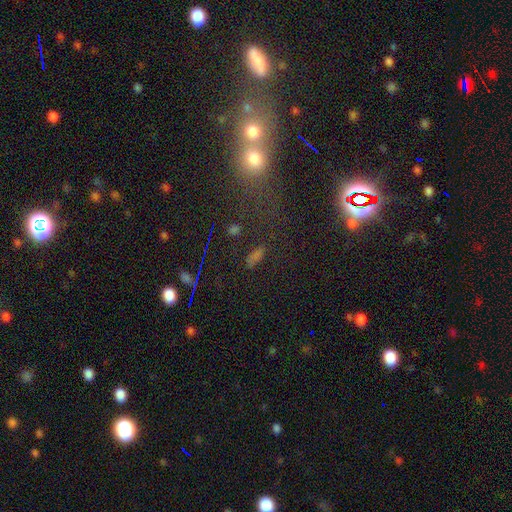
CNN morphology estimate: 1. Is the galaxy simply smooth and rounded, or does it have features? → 51% smooth, 37% star or artifact, 12% featured or disk.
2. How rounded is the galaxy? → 63% in between, 25% cigar-shaped, 12% round.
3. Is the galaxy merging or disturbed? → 74% none, 13% minor disturbance, 8% major disturbance, 6% merger.